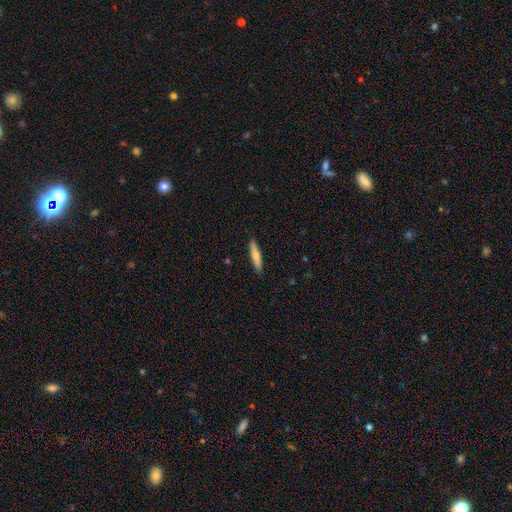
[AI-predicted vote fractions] Smooth or featured?
  - smooth: 66% *
  - featured or disk: 28%
  - star or artifact: 5%
How rounded?
  - cigar-shaped: 87% *
  - in between: 12%
  - round: 2%
Merging?
  - none: 90% *
  - minor disturbance: 7%
  - major disturbance: 2%
  - merger: 1%